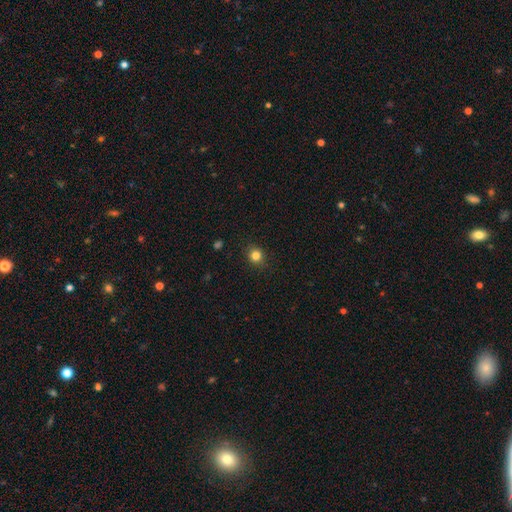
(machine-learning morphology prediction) smooth-or-featured: smooth: 83% | star or artifact: 12% | featured or disk: 5%
  how-rounded: round: 85% | in between: 14% | cigar-shaped: 1%
  merging: none: 88% | minor disturbance: 8% | major disturbance: 2% | merger: 1%